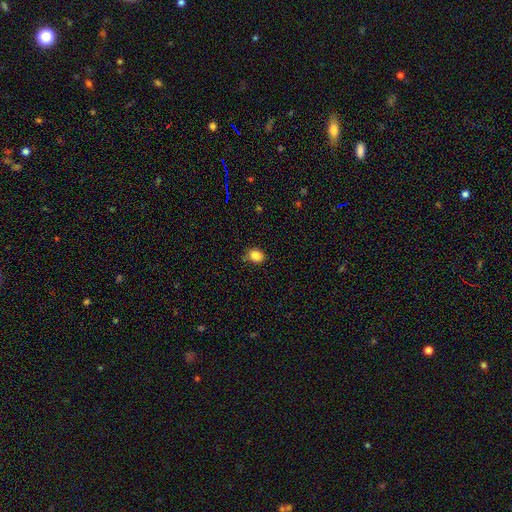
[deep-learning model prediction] A smooth galaxy with no disk features (85%) that is round (51%).

Vote fractions:
- Smooth or featured? smooth: 85% / star or artifact: 11% / featured or disk: 4%
- How rounded? round: 51% / in between: 48% / cigar-shaped: 1%
- Merging? none: 74% / minor disturbance: 20% / major disturbance: 4% / merger: 3%